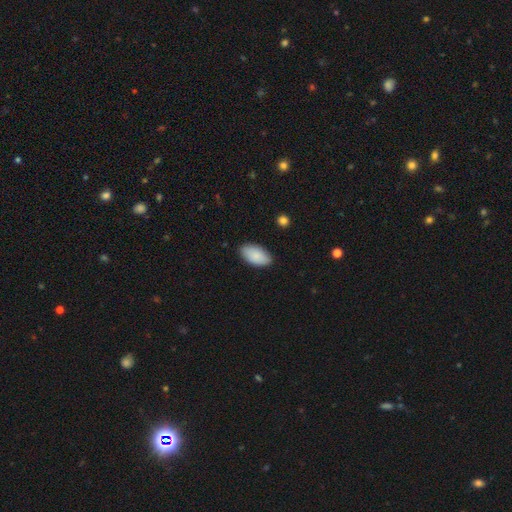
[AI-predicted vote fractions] Overall: smooth (87%). How rounded: in between (95%). Merging: none (83%).